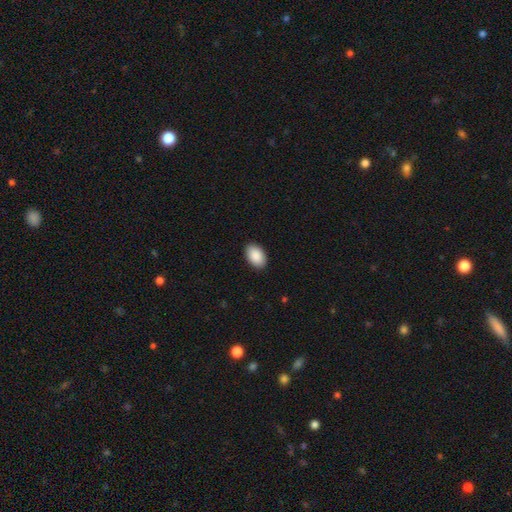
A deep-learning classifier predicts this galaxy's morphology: smooth 91%, star or artifact 6%, featured or disk 3%. Down the decision tree: how rounded — in between (92%); merging — none (90%).